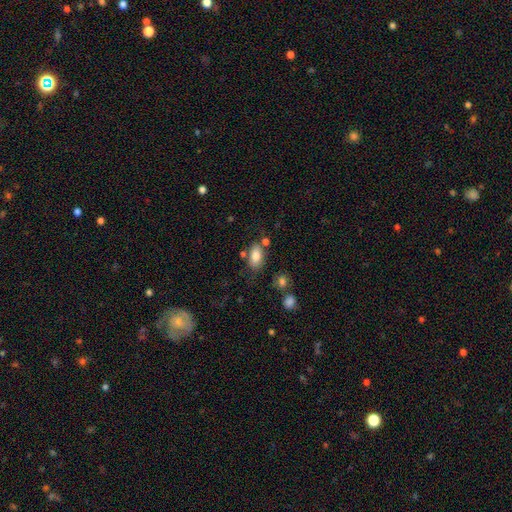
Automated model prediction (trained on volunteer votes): Smooth or featured: smooth — 82% (featured or disk — 10%)
How rounded: in between — 91% (round — 6%)
Merging: none — 69% (minor disturbance — 16%)